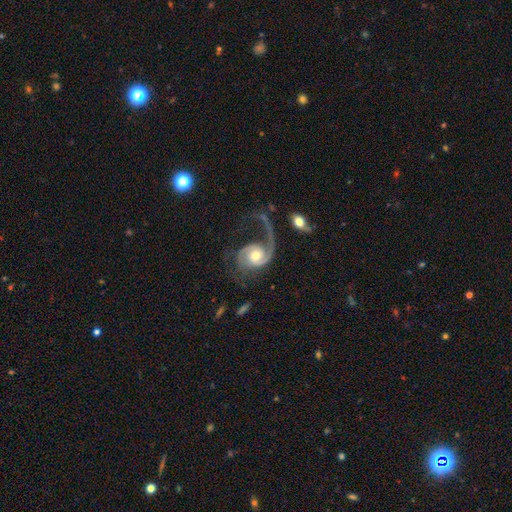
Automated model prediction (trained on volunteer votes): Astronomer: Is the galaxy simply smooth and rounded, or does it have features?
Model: featured or disk — 87%.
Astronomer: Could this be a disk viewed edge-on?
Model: no — 98%.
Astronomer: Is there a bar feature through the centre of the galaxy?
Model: no — 67%.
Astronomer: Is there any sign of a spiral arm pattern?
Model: yes — 96%.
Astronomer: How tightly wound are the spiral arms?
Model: loose — 42% (runner-up: medium, 39%).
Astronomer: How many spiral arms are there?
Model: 1 — 46% (runner-up: 2, 45%).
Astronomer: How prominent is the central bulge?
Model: moderate — 69%.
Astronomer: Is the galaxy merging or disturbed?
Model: major disturbance — 40%, tied with none at 40%.